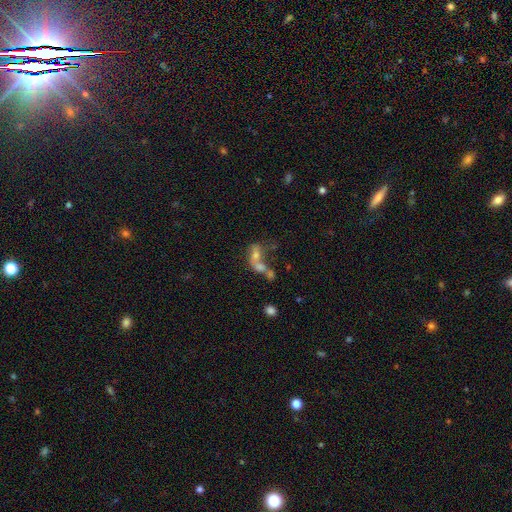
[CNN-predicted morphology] This appears to be a smooth galaxy with no disk features (43%). Merging: merger (60%).